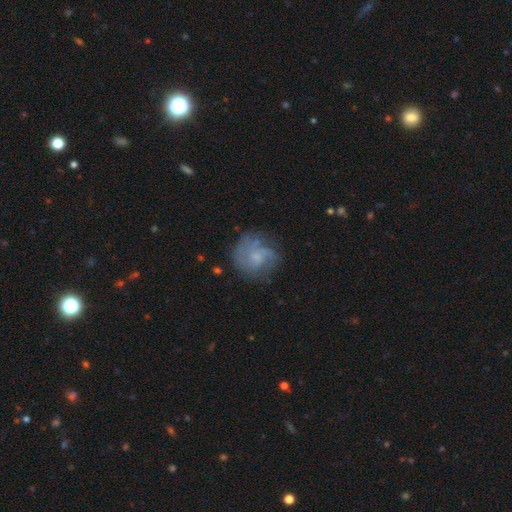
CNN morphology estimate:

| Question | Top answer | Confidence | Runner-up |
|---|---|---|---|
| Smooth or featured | featured or disk | 56% | smooth (34%) |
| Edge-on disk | no | 98% | yes (2%) |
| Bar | no | 70% | weak (27%) |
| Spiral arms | yes | 72% | no (28%) |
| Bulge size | small | 44% | moderate (28%) |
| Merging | none | 61% | minor disturbance (21%) |